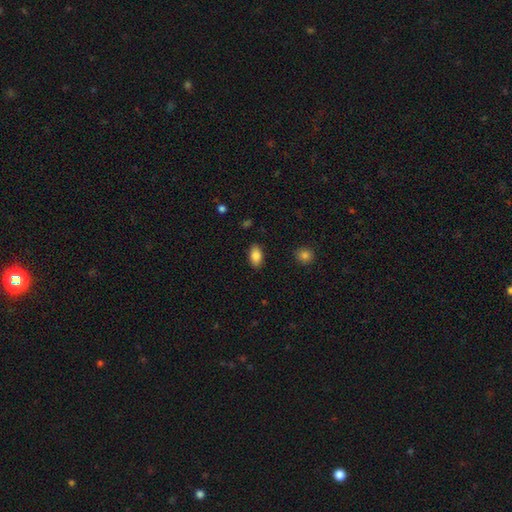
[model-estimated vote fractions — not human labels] Overall: smooth (87%). How rounded: in between (92%). Merging: none (88%).